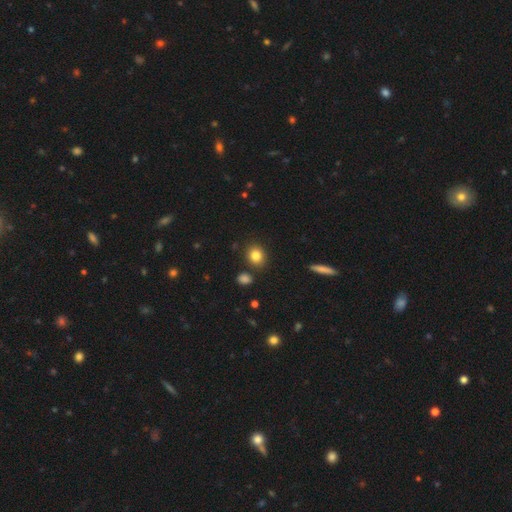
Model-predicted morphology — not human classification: Overall: smooth (83%). How rounded: round (66%; in between 33%). Merging: none (84%).